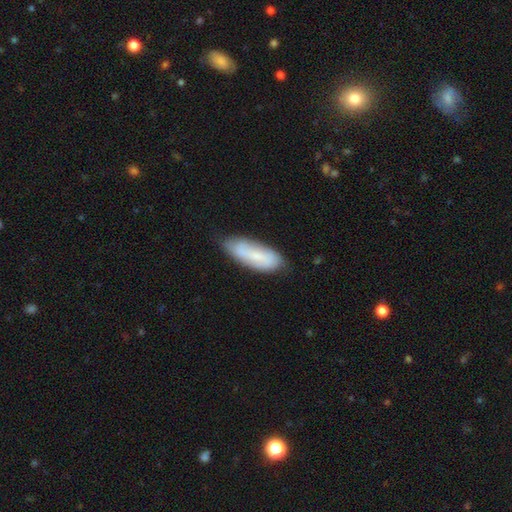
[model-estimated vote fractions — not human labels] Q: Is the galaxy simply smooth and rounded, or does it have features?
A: smooth — 61%.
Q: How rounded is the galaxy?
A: in between — 67%.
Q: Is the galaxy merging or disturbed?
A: none — 73%.